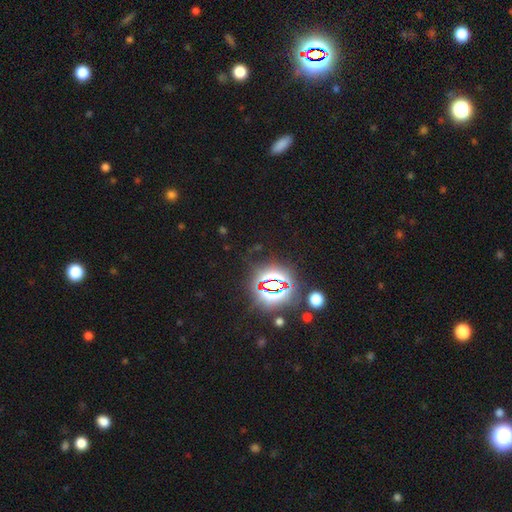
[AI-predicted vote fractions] Q: Smooth or featured?
A: star or artifact (82%); runner-up: smooth (11%)